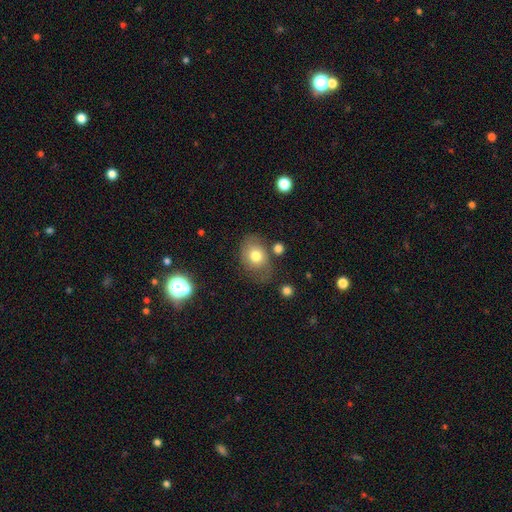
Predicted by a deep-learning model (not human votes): smooth 72%, featured or disk 18%, star or artifact 10%. Down the decision tree: how rounded — in between (63%); merging — none (60%).